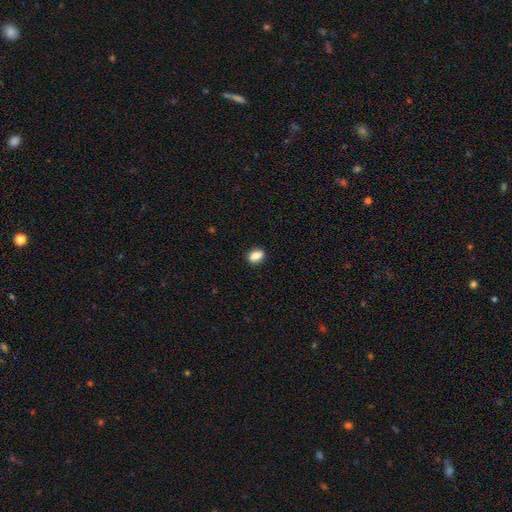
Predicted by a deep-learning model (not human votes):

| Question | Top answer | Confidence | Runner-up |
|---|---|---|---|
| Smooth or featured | smooth | 83% | featured or disk (8%) |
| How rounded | in between | 74% | round (23%) |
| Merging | none | 88% | minor disturbance (9%) |